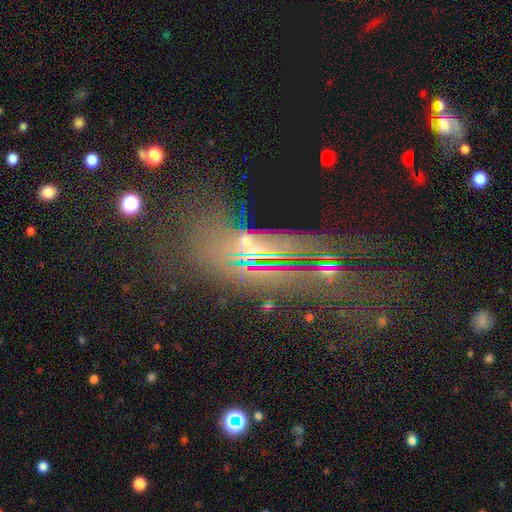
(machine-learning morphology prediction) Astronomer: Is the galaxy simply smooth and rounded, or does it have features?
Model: star or artifact — 58%.